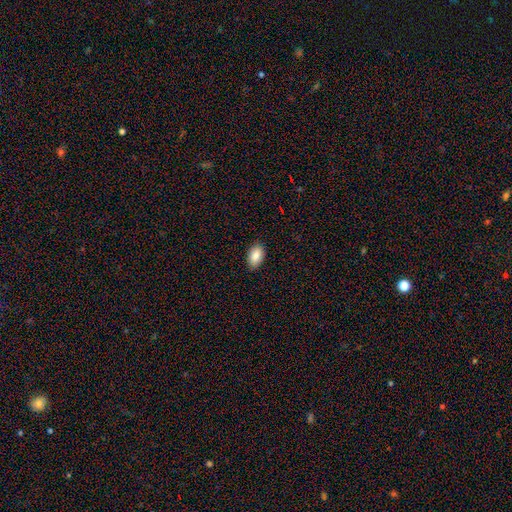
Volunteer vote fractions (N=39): Q: Smooth or featured?
A: smooth (90%); runner-up: star or artifact (8%)
Q: How rounded?
A: in between (89%); runner-up: round (6%)
Q: Merging?
A: none (81%); runner-up: minor disturbance (17%)